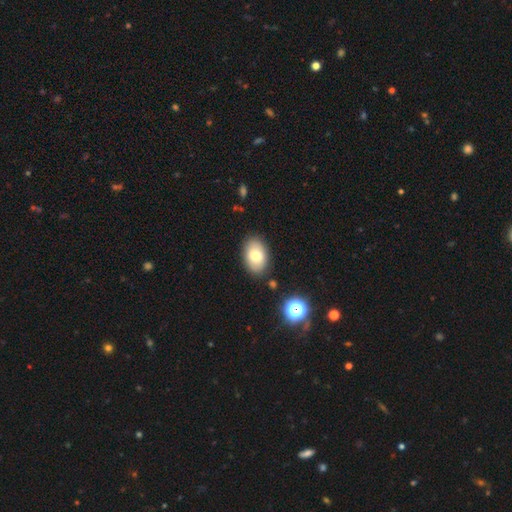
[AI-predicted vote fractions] The model was most divided on "smooth or featured": smooth: 77%, featured or disk: 15%, star or artifact: 8%. More confident: how rounded — in between (88%); merging — none (84%).